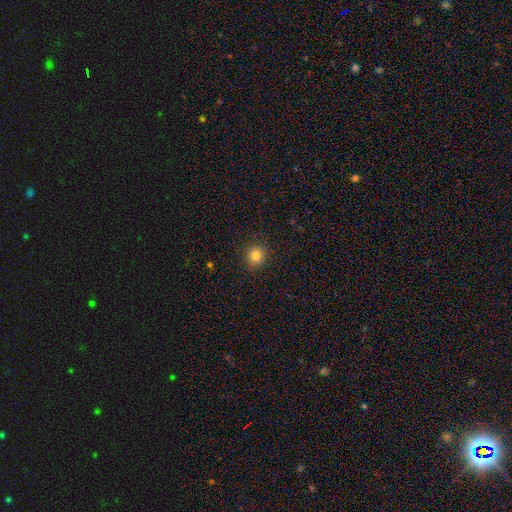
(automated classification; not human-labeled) Q: Smooth or featured?
A: smooth (82%); runner-up: star or artifact (13%)
Q: How rounded?
A: round (92%); runner-up: in between (7%)
Q: Merging?
A: none (91%); runner-up: minor disturbance (6%)